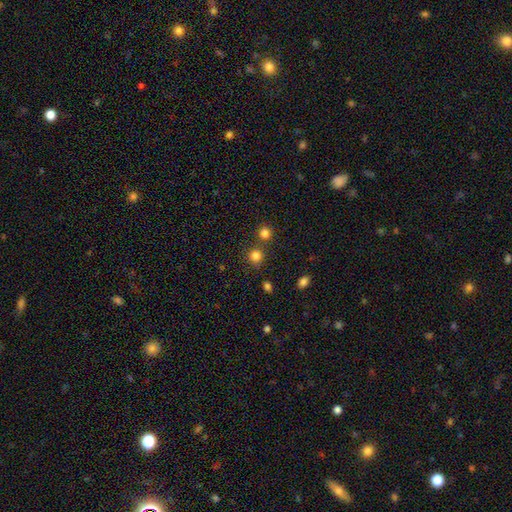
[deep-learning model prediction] This is clearly a smooth galaxy (80%). How rounded: clearly round (89%). Merging: likely none (74%).